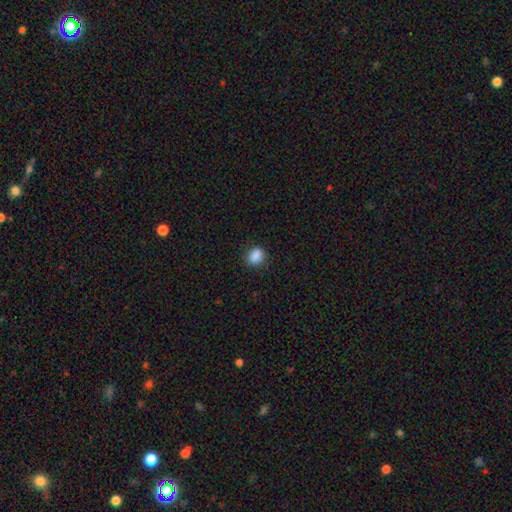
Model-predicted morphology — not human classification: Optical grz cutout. It shows a smooth galaxy with no disk features (88%) that is round (50%). Merging: none (84%).